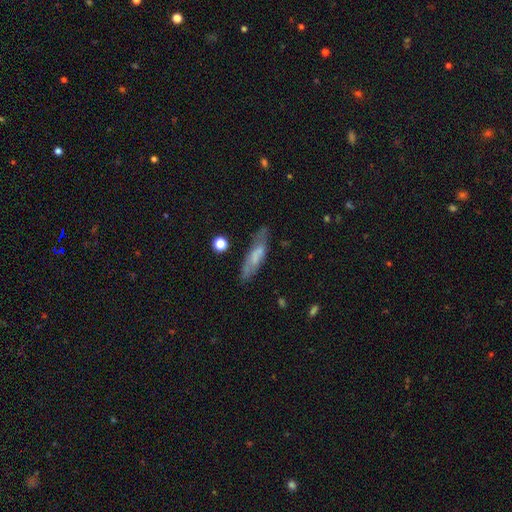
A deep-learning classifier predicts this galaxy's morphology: smooth_or_featured: smooth (p=0.53) [alt: featured or disk p=0.38]
how_rounded: cigar-shaped (p=0.68) [alt: in between p=0.30]
merging: none (p=0.67) [alt: minor disturbance p=0.22]